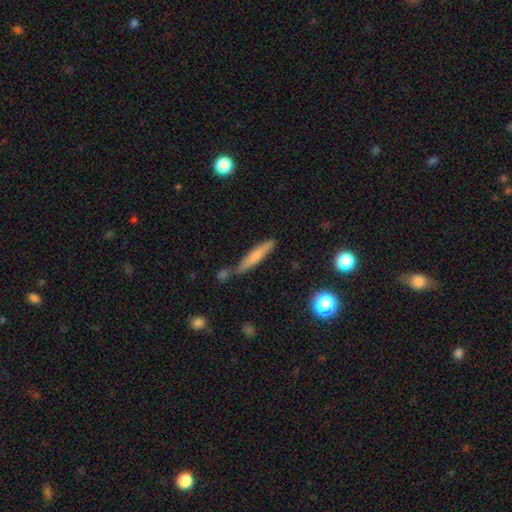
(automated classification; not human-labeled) Smooth or featured?
  - smooth: 64% *
  - featured or disk: 28%
  - star or artifact: 8%
How rounded?
  - cigar-shaped: 91% *
  - in between: 7%
  - round: 2%
Merging?
  - none: 74% *
  - minor disturbance: 14%
  - merger: 8%
  - major disturbance: 3%